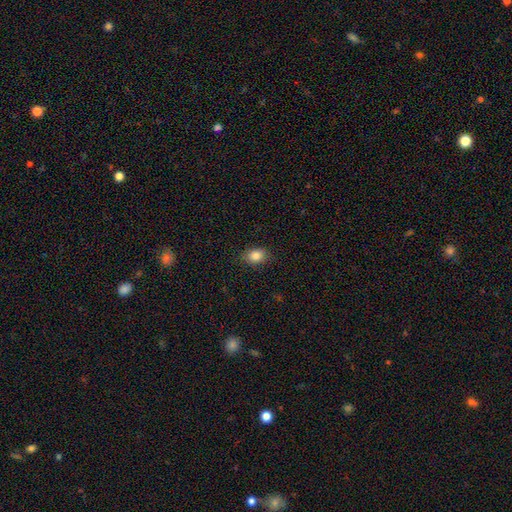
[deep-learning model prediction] Morphology: type=smooth (84%); roundness=in between (72%); merging=none (86%).